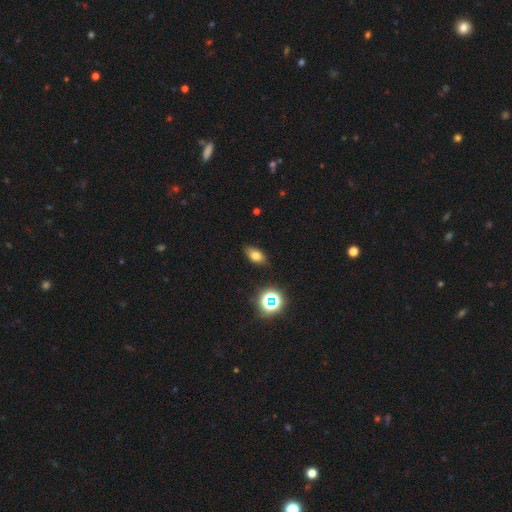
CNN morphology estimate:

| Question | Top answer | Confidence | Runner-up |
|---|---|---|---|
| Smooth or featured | smooth | 72% | star or artifact (16%) |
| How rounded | in between | 86% | round (10%) |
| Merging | none | 85% | minor disturbance (11%) |